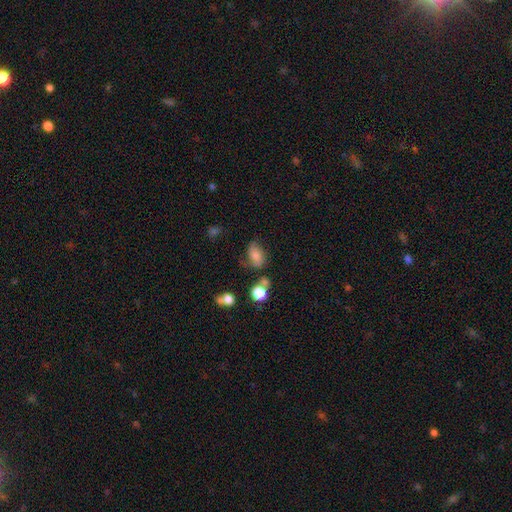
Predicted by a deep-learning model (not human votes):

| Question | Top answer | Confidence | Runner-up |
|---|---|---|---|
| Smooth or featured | smooth | 67% | featured or disk (21%) |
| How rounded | in between | 82% | round (16%) |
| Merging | none | 53% | minor disturbance (26%) |